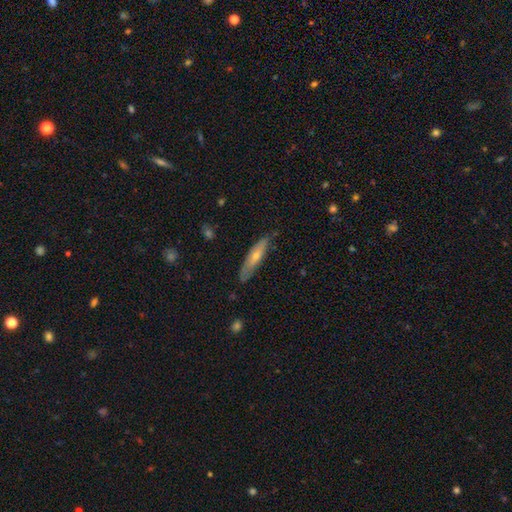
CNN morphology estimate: The model was most divided on "smooth or featured": smooth: 50%, featured or disk: 44%, star or artifact: 6%. More confident: merging — none (74%).